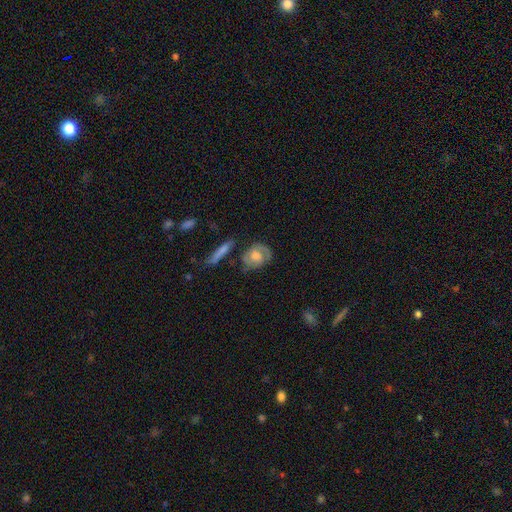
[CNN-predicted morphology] A featured or disk galaxy (61%) with no bar (66%), spiral arms (82%) and a moderate central bulge (45%). Merging: none (63%).